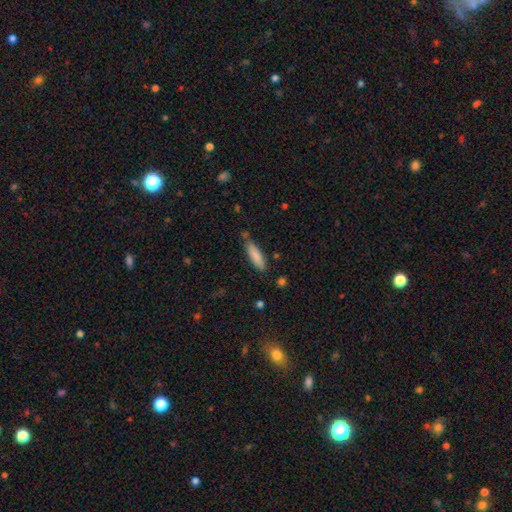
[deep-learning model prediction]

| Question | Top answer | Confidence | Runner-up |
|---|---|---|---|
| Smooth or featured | smooth | 84% | featured or disk (10%) |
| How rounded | cigar-shaped | 69% | in between (30%) |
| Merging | none | 77% | minor disturbance (16%) |